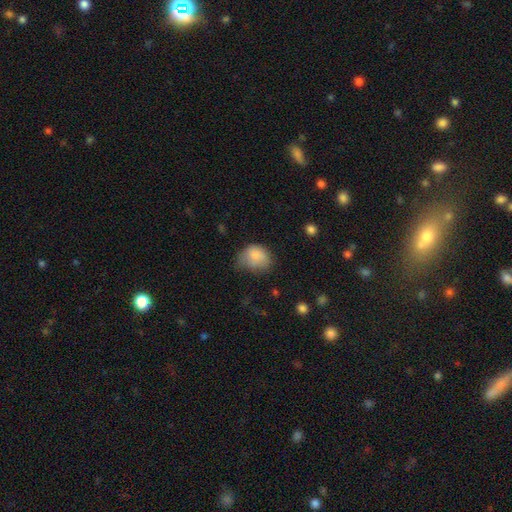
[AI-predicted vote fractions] A smooth galaxy with no disk features (81%) that is in between round and cigar-shaped (52%).

Vote fractions:
- Smooth or featured? smooth: 81% / featured or disk: 10% / star or artifact: 9%
- How rounded? in between: 52% / round: 48% / cigar-shaped: 1%
- Merging? minor disturbance: 42% / none: 38% / major disturbance: 18% / merger: 3%